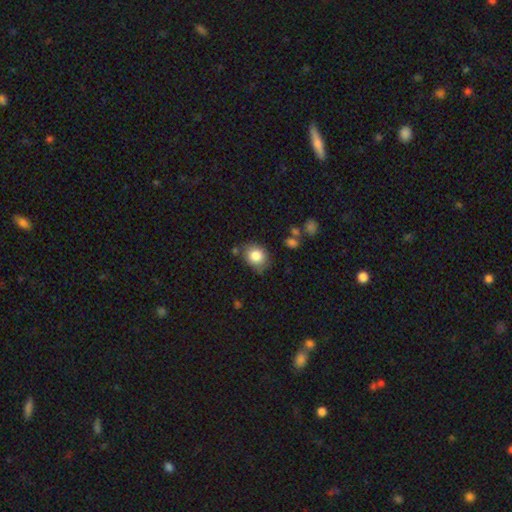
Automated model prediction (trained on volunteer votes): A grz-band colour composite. It shows a smooth galaxy with no disk features (84%) that is round (57%). Merging: none (71%).